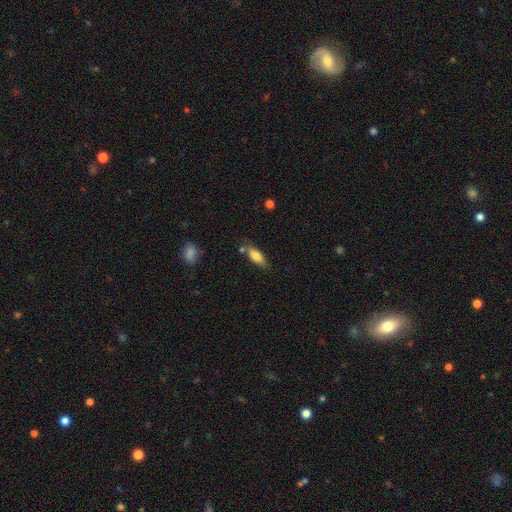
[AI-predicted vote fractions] This appears to be a smooth galaxy with no disk features (80%) that is in between round and cigar-shaped (72%). Merging: none (68%).